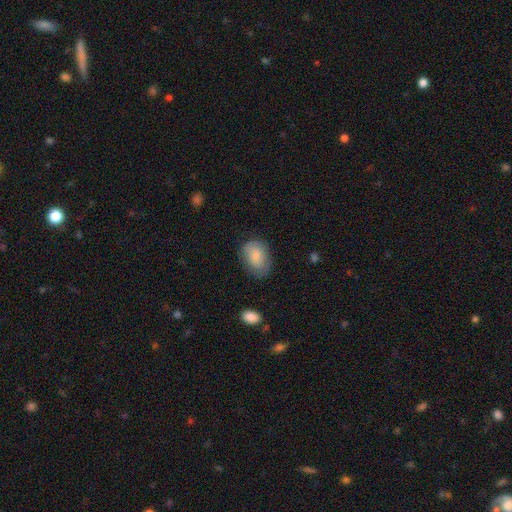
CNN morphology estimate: This is clearly a smooth galaxy (80%). How rounded: likely in between (77%). Merging: likely none (66%).